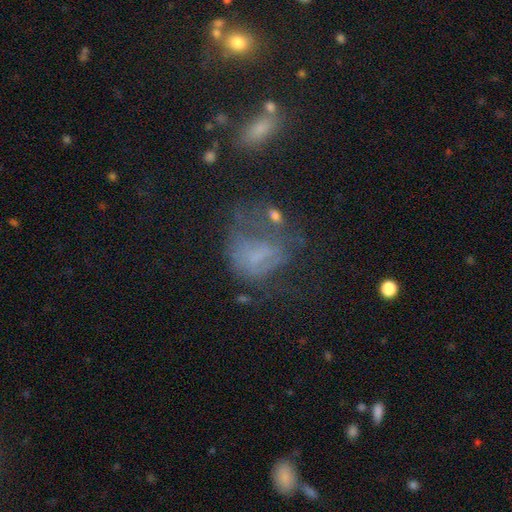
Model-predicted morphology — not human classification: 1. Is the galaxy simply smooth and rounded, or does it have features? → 42% featured or disk, 38% smooth, 20% star or artifact.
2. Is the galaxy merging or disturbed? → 41% major disturbance, 29% none, 19% minor disturbance, 10% merger.